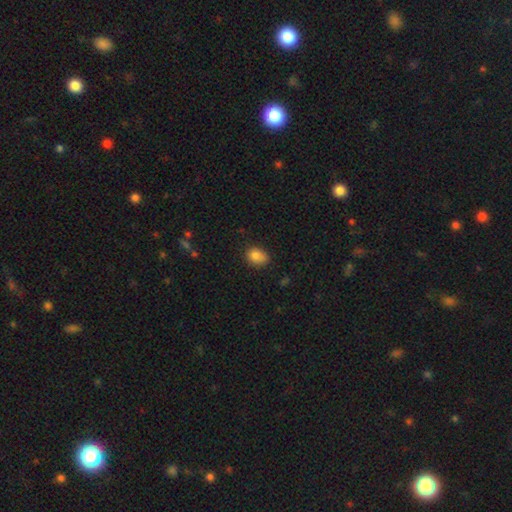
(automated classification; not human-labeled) This appears to be a smooth galaxy with no disk features (83%) that is in between round and cigar-shaped (62%). Merging: none (62%).